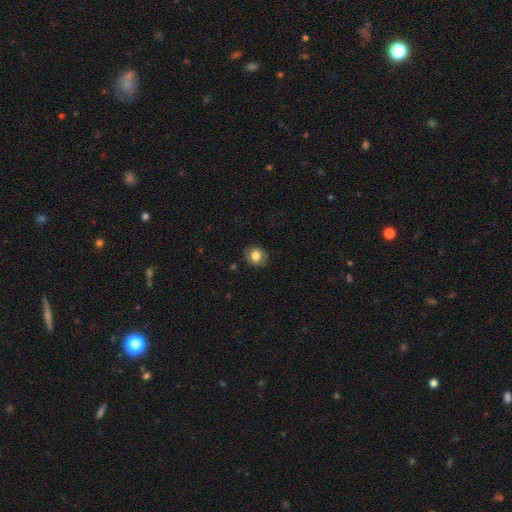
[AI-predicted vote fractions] This appears to be a smooth galaxy with no disk features (78%) that is round (68%). Merging: none (87%).